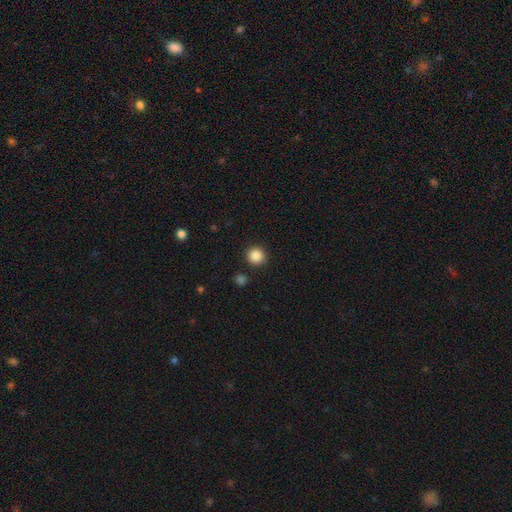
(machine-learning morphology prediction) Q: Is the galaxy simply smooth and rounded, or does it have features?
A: smooth — 87%.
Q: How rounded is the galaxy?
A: round — 94%.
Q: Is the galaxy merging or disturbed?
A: none — 90%.